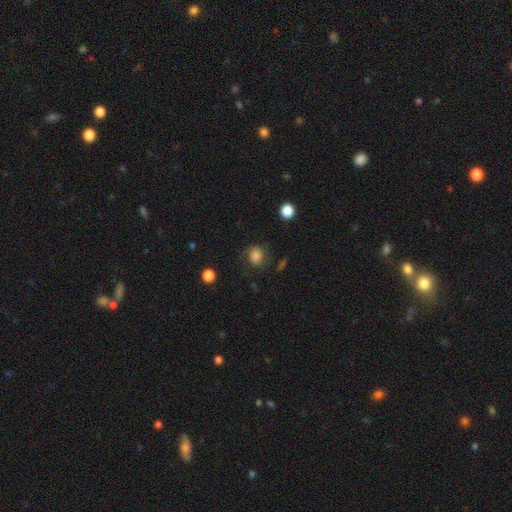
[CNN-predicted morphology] A smooth galaxy with no disk features (63%) that is round (63%).

Vote fractions:
- Smooth or featured? smooth: 63% / featured or disk: 26% / star or artifact: 11%
- How rounded? round: 63% / in between: 36% / cigar-shaped: 1%
- Merging? none: 66% / minor disturbance: 20% / major disturbance: 12% / merger: 2%